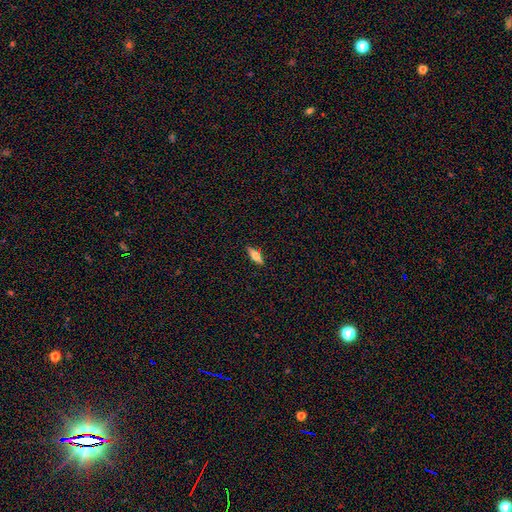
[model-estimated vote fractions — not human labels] Smooth or featured? Predicted: smooth (p=0.56). How rounded? Predicted: in between (p=0.52). Merging? Predicted: none (p=0.85).